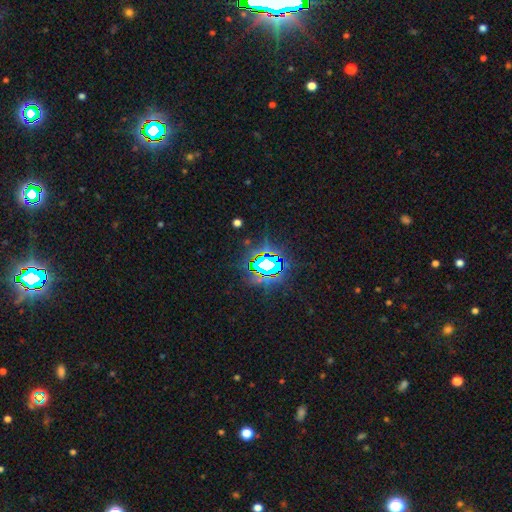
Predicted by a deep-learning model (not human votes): Overall: star or artifact (82%).